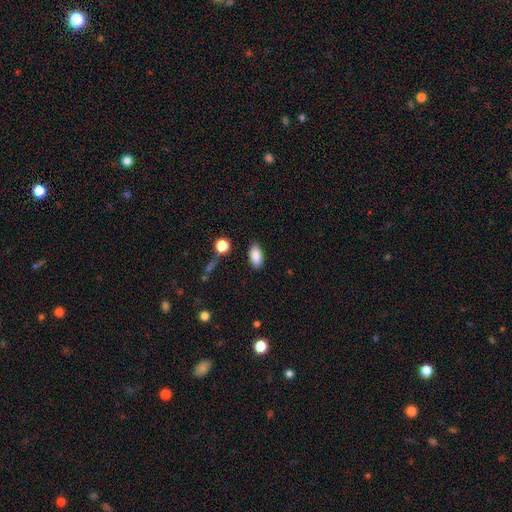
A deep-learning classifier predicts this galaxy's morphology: Overall: smooth (88%). How rounded: in between (92%). Merging: none (83%).